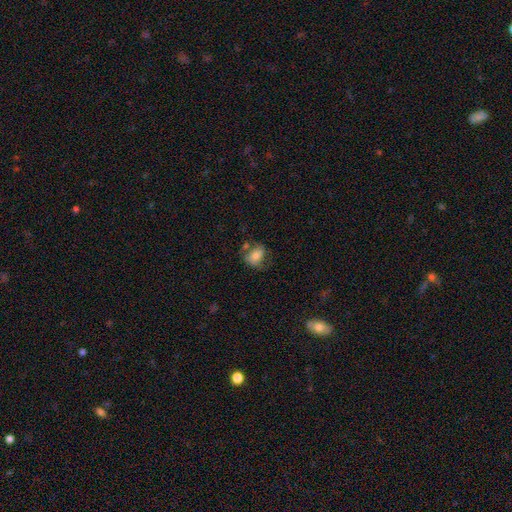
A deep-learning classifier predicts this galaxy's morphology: Smooth or featured?
  - smooth: 70% *
  - featured or disk: 21%
  - star or artifact: 9%
How rounded?
  - in between: 61% *
  - round: 37%
  - cigar-shaped: 1%
Merging?
  - none: 50% *
  - minor disturbance: 24%
  - major disturbance: 13%
  - merger: 13%